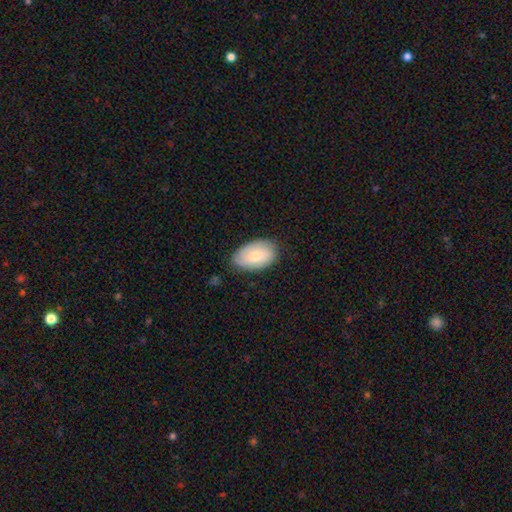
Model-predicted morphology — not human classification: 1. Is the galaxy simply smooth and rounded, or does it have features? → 72% smooth, 22% featured or disk, 6% star or artifact.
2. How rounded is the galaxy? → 93% in between, 6% round, 1% cigar-shaped.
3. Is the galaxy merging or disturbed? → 78% none, 18% minor disturbance, 3% major disturbance, 1% merger.